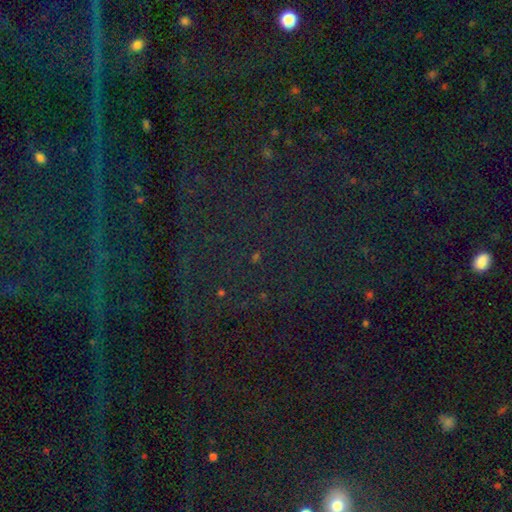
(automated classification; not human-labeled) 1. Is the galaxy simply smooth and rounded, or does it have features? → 85% star or artifact, 9% smooth, 7% featured or disk.